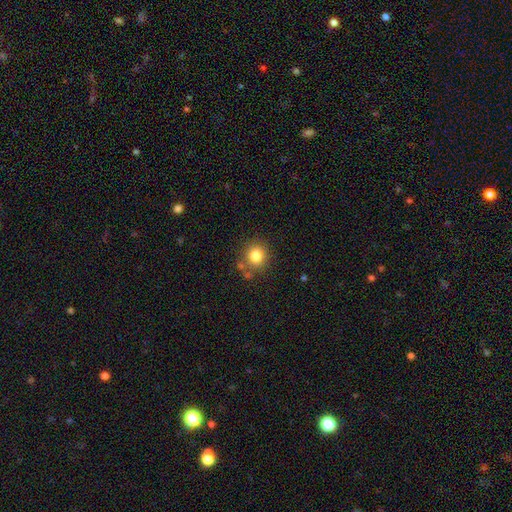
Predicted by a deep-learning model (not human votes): Q: Smooth or featured?
A: smooth (82%); runner-up: star or artifact (11%)
Q: How rounded?
A: round (88%); runner-up: in between (11%)
Q: Merging?
A: none (76%); runner-up: minor disturbance (13%)